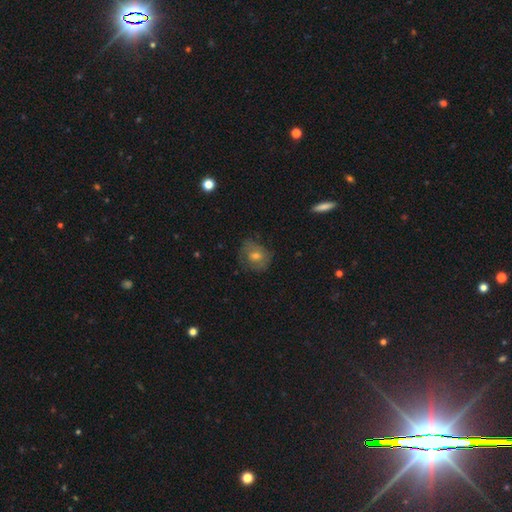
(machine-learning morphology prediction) Smooth or featured?
  - smooth: 58% *
  - featured or disk: 33%
  - star or artifact: 9%
How rounded?
  - round: 61% *
  - in between: 38%
  - cigar-shaped: 1%
Merging?
  - none: 64% *
  - minor disturbance: 23%
  - major disturbance: 11%
  - merger: 1%